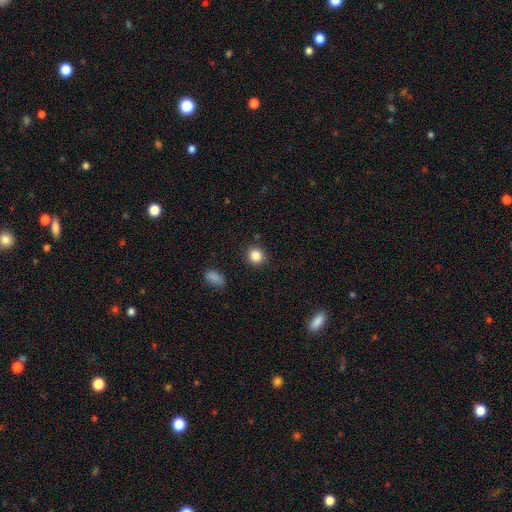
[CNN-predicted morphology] Smooth or featured? smooth (85%)
How rounded? round (85%)
Merging? none (89%)